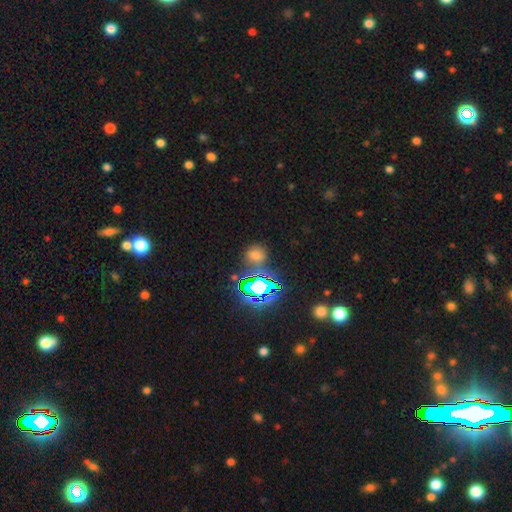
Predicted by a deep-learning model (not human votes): smooth 49%, star or artifact 44%, featured or disk 8%. Down the decision tree: merging — none (75%).